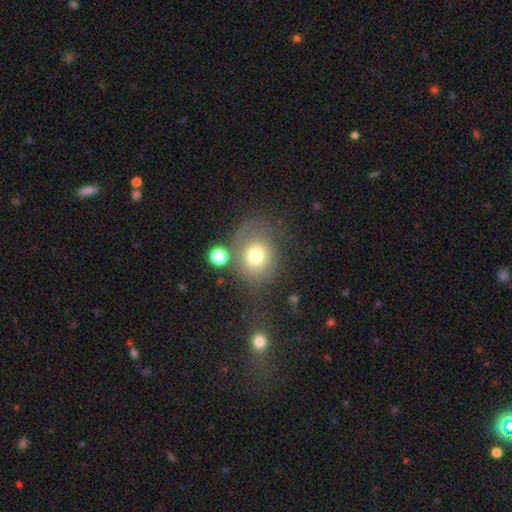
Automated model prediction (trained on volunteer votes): Morphology: type=smooth (53%); roundness=round (71%); merging=none (49%).